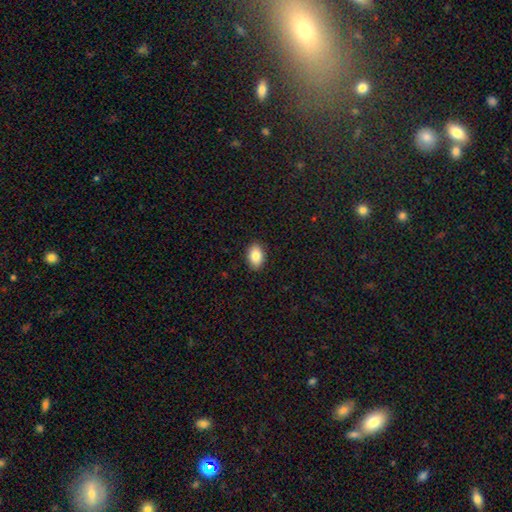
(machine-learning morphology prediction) Q: Smooth or featured?
A: smooth (85%); runner-up: featured or disk (8%)
Q: How rounded?
A: in between (85%); runner-up: round (14%)
Q: Merging?
A: none (90%); runner-up: minor disturbance (7%)